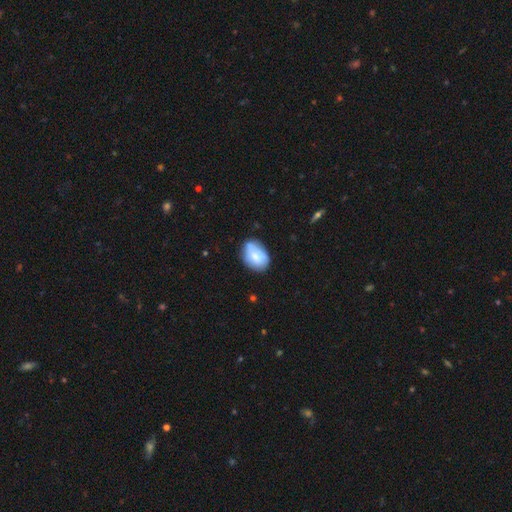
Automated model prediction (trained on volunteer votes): smooth 73%, featured or disk 21%, star or artifact 7%. Down the decision tree: how rounded — in between (81%); merging — none (60%).